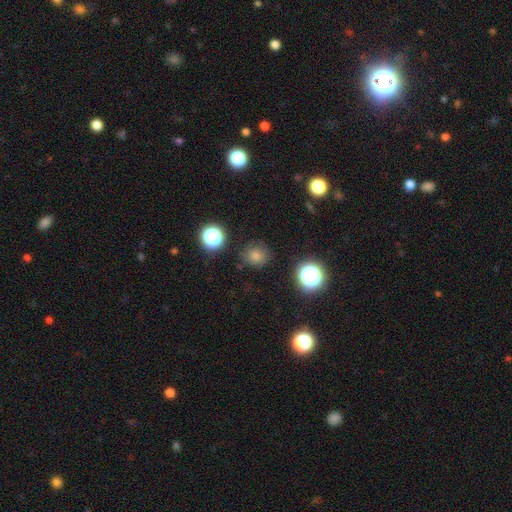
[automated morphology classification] smooth-or-featured: smooth: 74% | star or artifact: 19% | featured or disk: 7%
  how-rounded: round: 84% | in between: 15% | cigar-shaped: 1%
  merging: none: 81% | minor disturbance: 12% | major disturbance: 4% | merger: 2%